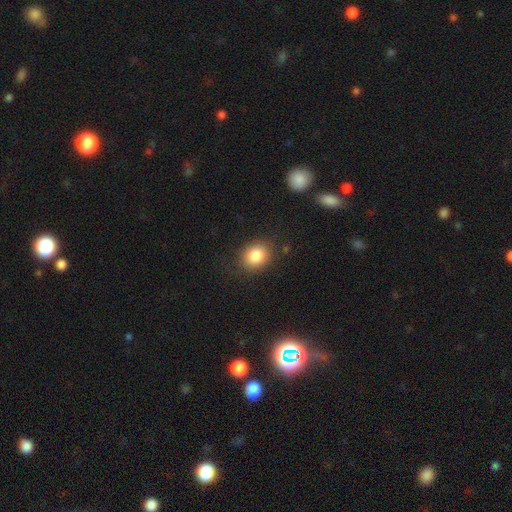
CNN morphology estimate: A smooth galaxy with no disk features (84%) that is round (59%).

Vote fractions:
- Smooth or featured? smooth: 84% / star or artifact: 9% / featured or disk: 7%
- How rounded? round: 59% / in between: 40% / cigar-shaped: 1%
- Merging? none: 82% / minor disturbance: 13% / major disturbance: 4% / merger: 2%